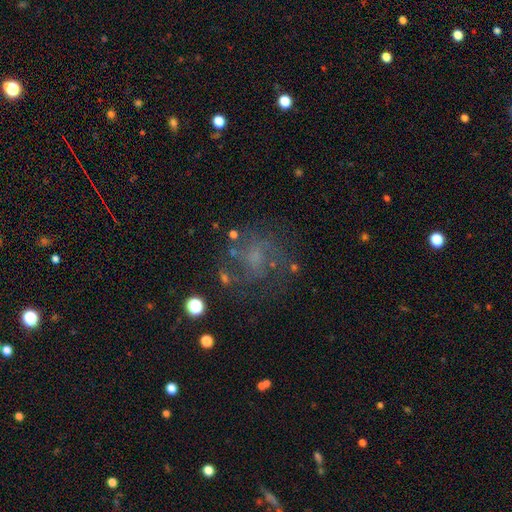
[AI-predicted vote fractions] Smooth or featured: featured or disk — 51% (smooth — 30%)
Edge-on disk: no — 98% (yes — 2%)
Bar: no — 71% (weak — 25%)
Spiral arms: yes — 67% (no — 33%)
Bulge size: none — 40% (small — 37%)
Merging: none — 61% (minor disturbance — 18%)